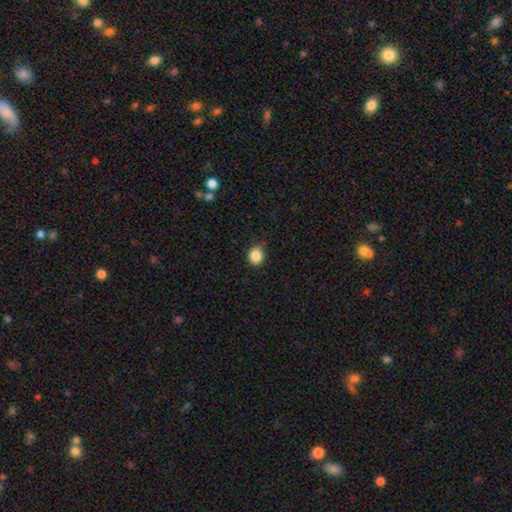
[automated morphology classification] Smooth or featured? smooth (86%)
How rounded? round (66%)
Merging? none (83%)